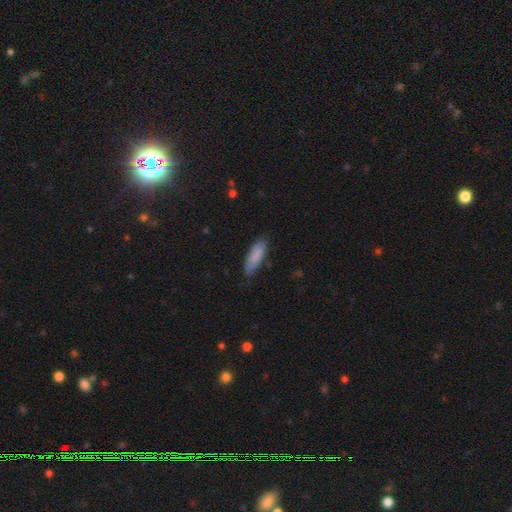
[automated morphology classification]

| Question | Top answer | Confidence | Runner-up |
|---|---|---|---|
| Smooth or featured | smooth | 85% | featured or disk (9%) |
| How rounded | in between | 56% | cigar-shaped (43%) |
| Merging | none | 79% | minor disturbance (17%) |